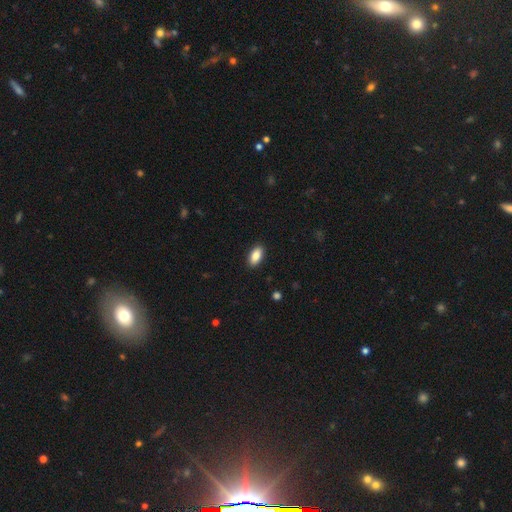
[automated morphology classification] This is clearly a smooth galaxy (88%). How rounded: clearly in between (92%). Merging: clearly none (90%).